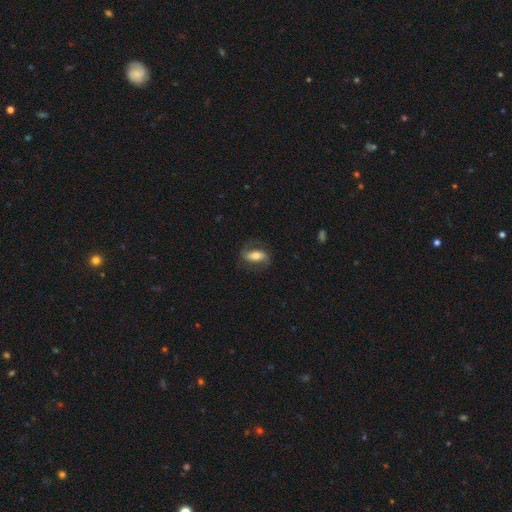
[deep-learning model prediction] Smooth or featured? Predicted: featured or disk (p=0.59). Edge-on disk? Predicted: no (p=0.90). Bar? Predicted: strong (p=0.45). Spiral arms? Predicted: yes (p=0.85). Bulge size? Predicted: moderate (p=0.56). Merging? Predicted: none (p=0.71).